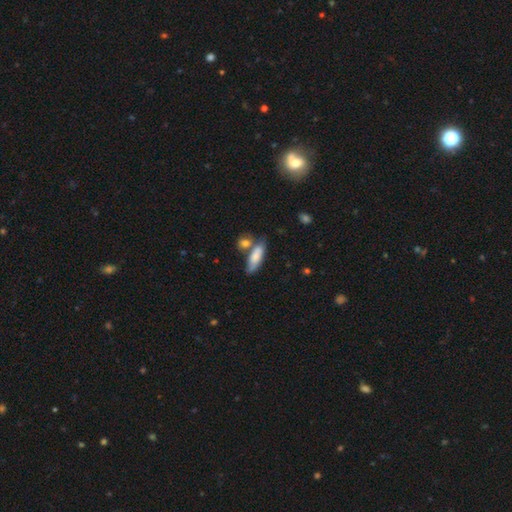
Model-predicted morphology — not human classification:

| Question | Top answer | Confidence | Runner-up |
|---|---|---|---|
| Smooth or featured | smooth | 76% | featured or disk (18%) |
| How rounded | in between | 58% | cigar-shaped (39%) |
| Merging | none | 47% | merger (29%) |